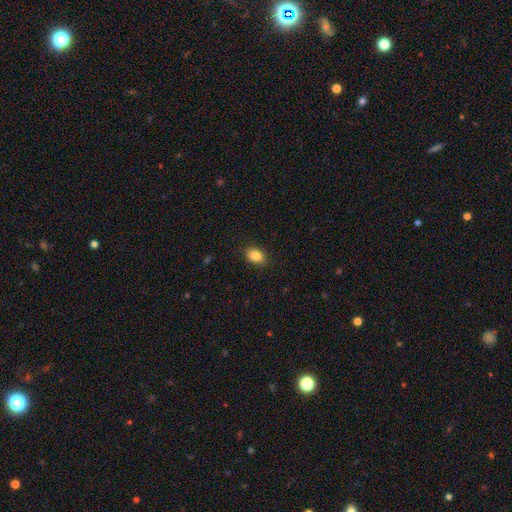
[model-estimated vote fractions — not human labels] smooth-or-featured: smooth: 84% | star or artifact: 9% | featured or disk: 7%
  how-rounded: in between: 78% | round: 20% | cigar-shaped: 1%
  merging: none: 86% | minor disturbance: 10% | major disturbance: 2% | merger: 1%